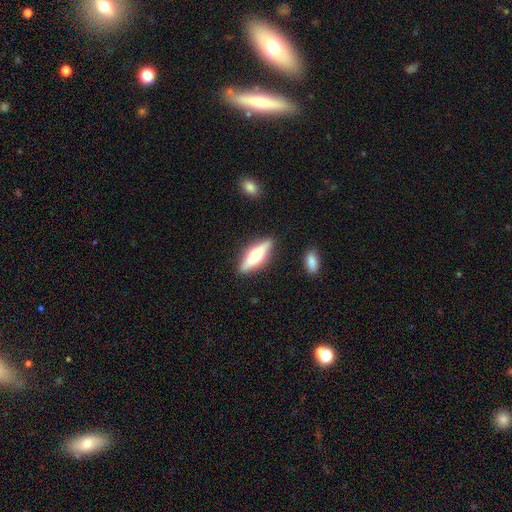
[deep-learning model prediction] This appears to be a featured or disk galaxy (54%) viewed edge-on (93%) with a rounded central bulge (86%). Merging: none (86%).